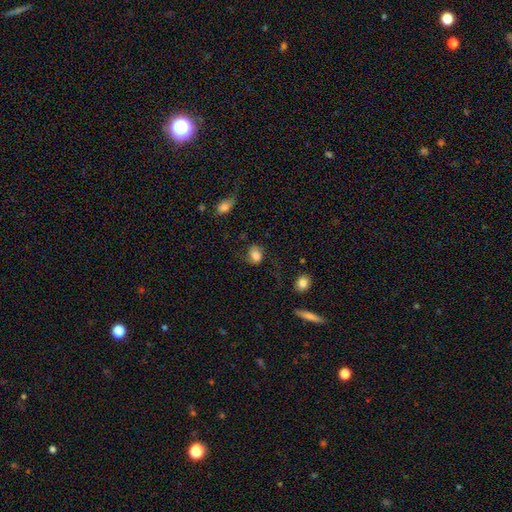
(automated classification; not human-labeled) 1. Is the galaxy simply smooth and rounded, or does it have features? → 77% smooth, 14% featured or disk, 9% star or artifact.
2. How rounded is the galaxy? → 50% in between, 49% round, 1% cigar-shaped.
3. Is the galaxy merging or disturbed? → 60% none, 23% minor disturbance, 14% major disturbance, 3% merger.